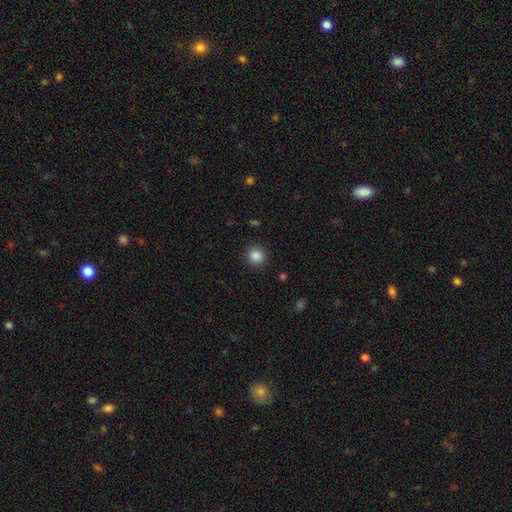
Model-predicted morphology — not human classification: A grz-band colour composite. It shows a smooth galaxy with no disk features (87%) that is round (90%). Merging: none (91%).